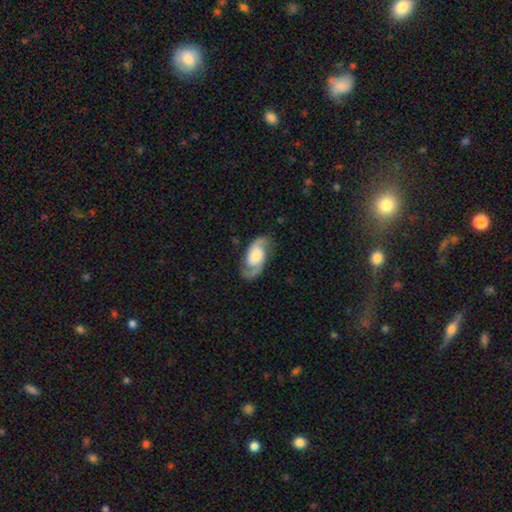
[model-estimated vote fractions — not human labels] Overall: featured or disk (83%). Edge-on disk: no (97%). Bar: no (59%; weak 32%). Spiral arms: yes (96%). Spiral arm count: 2 (92%). Spiral winding: medium (52%; loose 29%). Bulge size: moderate (31%, tied with small). Merging: none (78%).